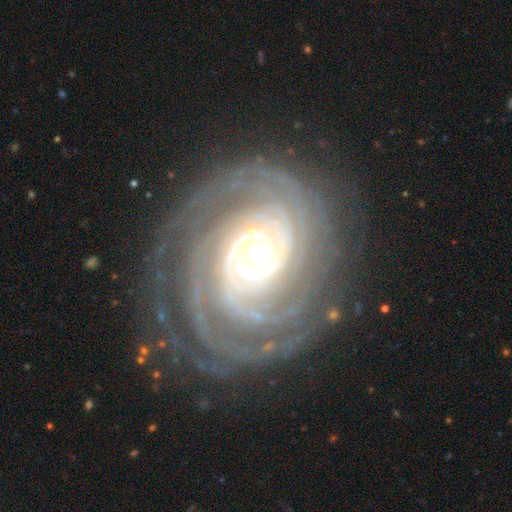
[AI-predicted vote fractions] Morphology: type=featured or disk (92%); edge-on=no (97%); bar=no (66%); spiral arms=yes (98%); winding=tight (84%); arm count=3 (20%, tied with 2); bulge=moderate (62%); merging=none (80%).